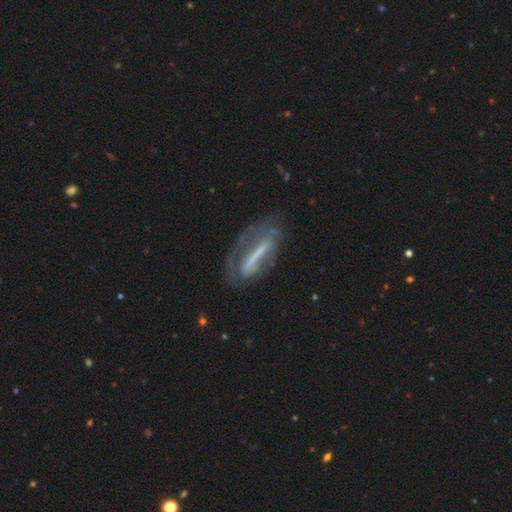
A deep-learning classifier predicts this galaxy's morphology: Q: Smooth or featured?
A: featured or disk (62%); runner-up: smooth (28%)
Q: Edge-on disk?
A: no (70%); runner-up: yes (30%)
Q: Merging?
A: none (52%); runner-up: minor disturbance (23%)